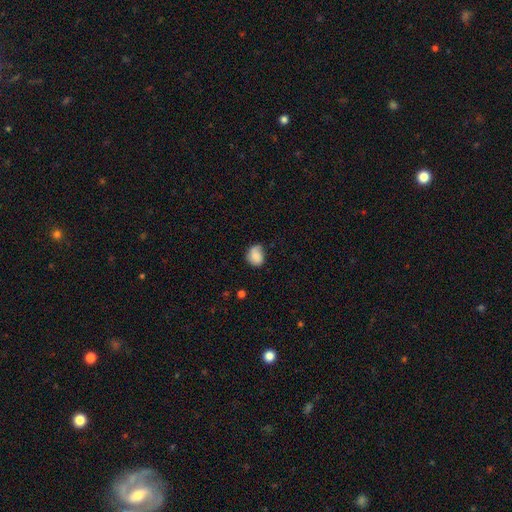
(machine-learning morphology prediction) This appears to be a smooth galaxy with no disk features (78%) that is round (54%). Merging: none (55%).